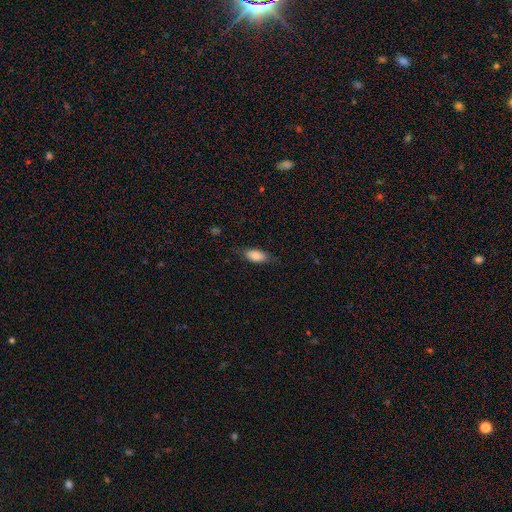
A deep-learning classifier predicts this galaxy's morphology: type=smooth (83%); roundness=in between (86%); merging=none (72%).